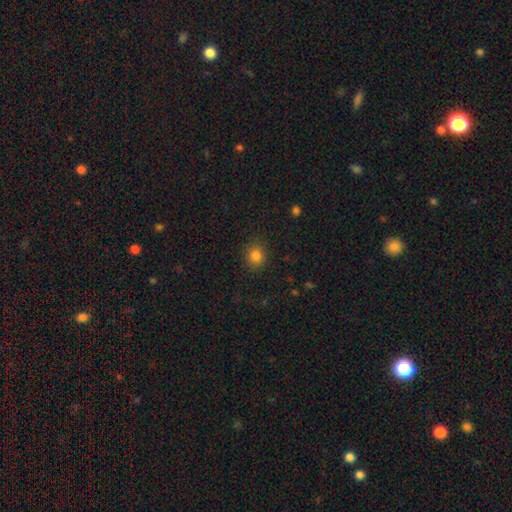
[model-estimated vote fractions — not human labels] Overall: smooth (84%). How rounded: round (78%). Merging: none (88%).